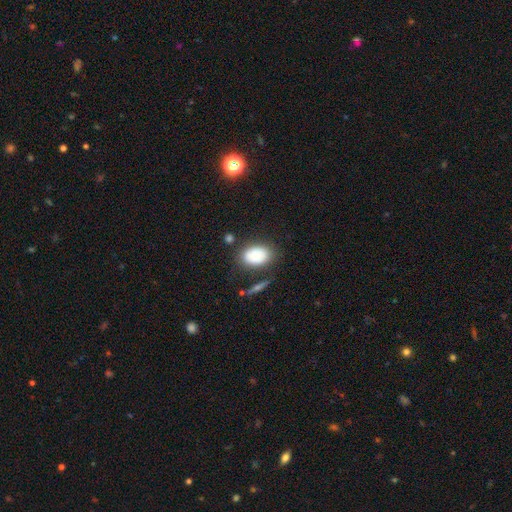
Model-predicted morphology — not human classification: Smooth or featured? Predicted: smooth (p=0.86). How rounded? Predicted: in between (p=0.88). Merging? Predicted: none (p=0.73).